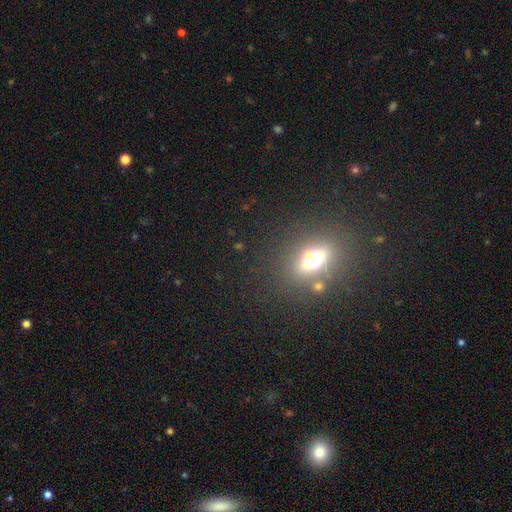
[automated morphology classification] The model was most divided on "smooth or featured": smooth: 52%, star or artifact: 33%, featured or disk: 15%. More confident: merging — none (85%); how rounded — in between (59%).